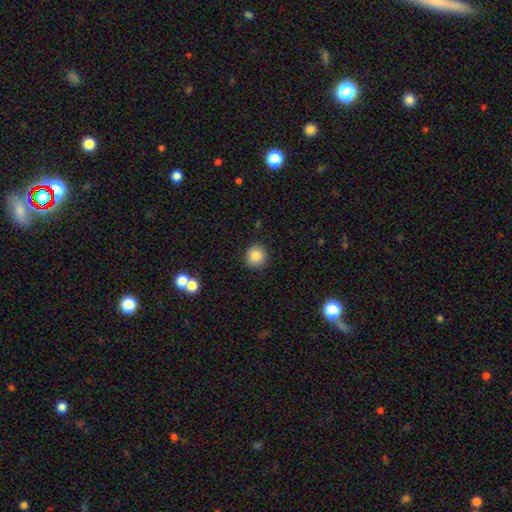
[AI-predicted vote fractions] Overall: smooth (86%). How rounded: round (93%). Merging: none (90%).